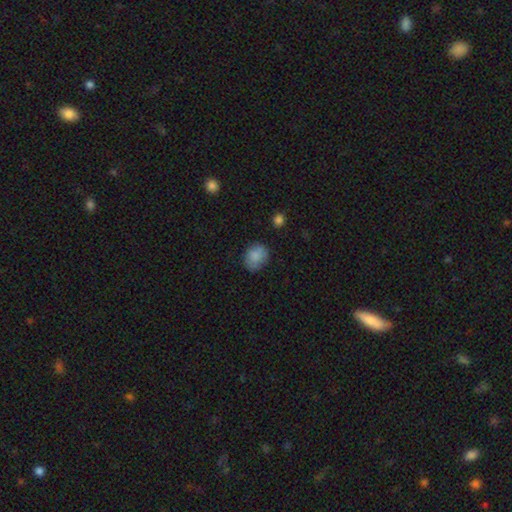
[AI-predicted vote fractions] smooth-or-featured: smooth: 85% | star or artifact: 9% | featured or disk: 7%
  how-rounded: in between: 51% | round: 48% | cigar-shaped: 1%
  merging: none: 73% | minor disturbance: 21% | major disturbance: 5% | merger: 2%